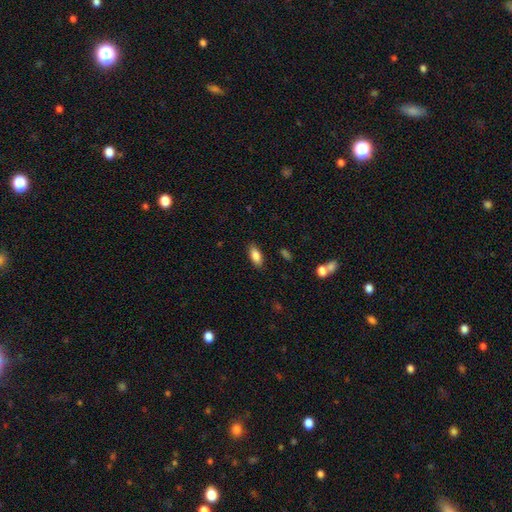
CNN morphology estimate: smooth_or_featured: smooth (p=0.84) [alt: featured or disk p=0.09]
how_rounded: in between (p=0.85) [alt: cigar-shaped p=0.13]
merging: none (p=0.87) [alt: minor disturbance p=0.09]